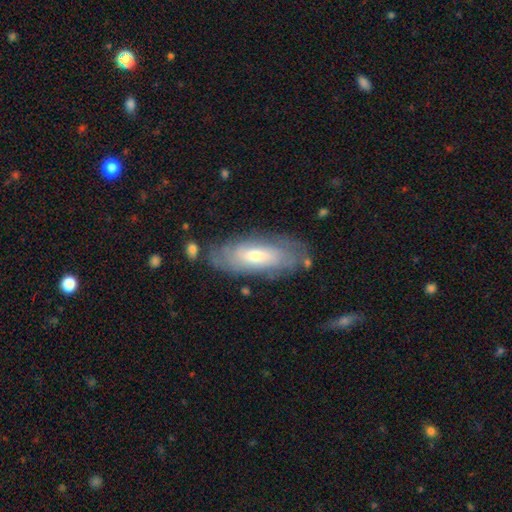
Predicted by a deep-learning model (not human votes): Morphology: type=featured or disk (53%); edge-on=no (80%); merging=none (73%).